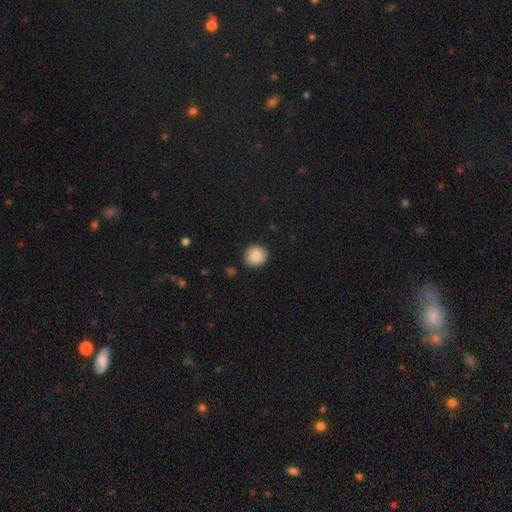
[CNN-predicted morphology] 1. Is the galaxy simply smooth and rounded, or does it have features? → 88% smooth, 8% star or artifact, 4% featured or disk.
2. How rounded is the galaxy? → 92% round, 7% in between, 1% cigar-shaped.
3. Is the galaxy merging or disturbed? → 90% none, 7% minor disturbance, 2% major disturbance, 1% merger.